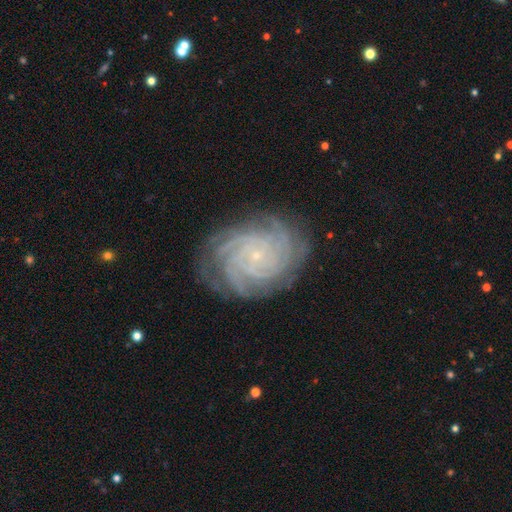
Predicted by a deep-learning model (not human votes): smooth-or-featured: featured or disk: 89% | star or artifact: 6% | smooth: 5%
  disk-edge-on: no: 98% | yes: 2%
    bar: no: 79% | weak: 16% | strong: 6%
    has-spiral-arms: yes: 98% | no: 2%
      spiral-winding: tight: 83% | medium: 15% | loose: 2%
      spiral-arm-count: more than 4: 32% | 4: 28% | can't tell: 14% | 3: 10% | 2: 8% | 1: 7%
    bulge-size: small: 89% | moderate: 7% | none: 2% | large: 1% | dominant: 1%
  merging: none: 82% | minor disturbance: 13% | major disturbance: 4% | merger: 1%